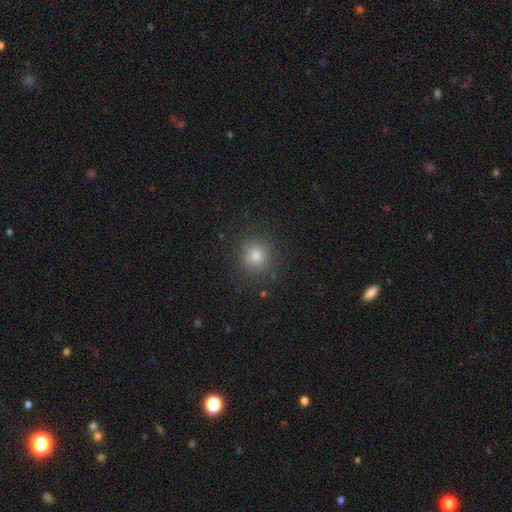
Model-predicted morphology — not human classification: smooth-or-featured: smooth: 79% | star or artifact: 15% | featured or disk: 6%
  how-rounded: round: 91% | in between: 8% | cigar-shaped: 1%
  merging: none: 88% | minor disturbance: 8% | major disturbance: 3% | merger: 1%